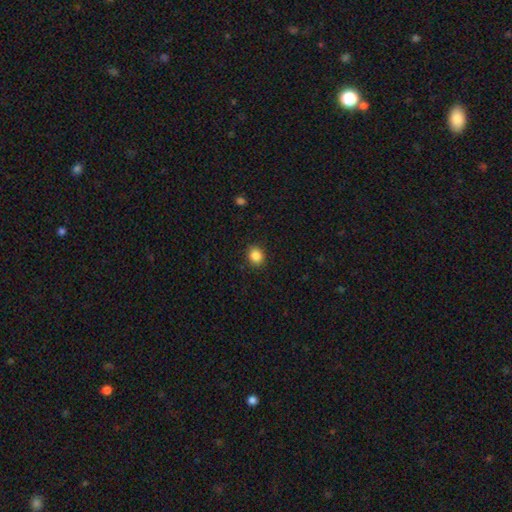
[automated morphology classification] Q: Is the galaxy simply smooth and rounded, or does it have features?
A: smooth — 86%.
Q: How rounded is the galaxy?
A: round — 71%.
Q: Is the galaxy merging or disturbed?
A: none — 90%.